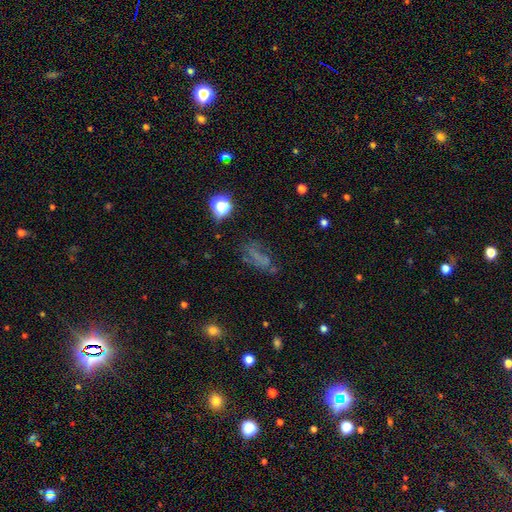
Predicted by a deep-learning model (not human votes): Smooth or featured: smooth — 40% (star or artifact — 32%)
Merging: none — 51% (major disturbance — 22%)